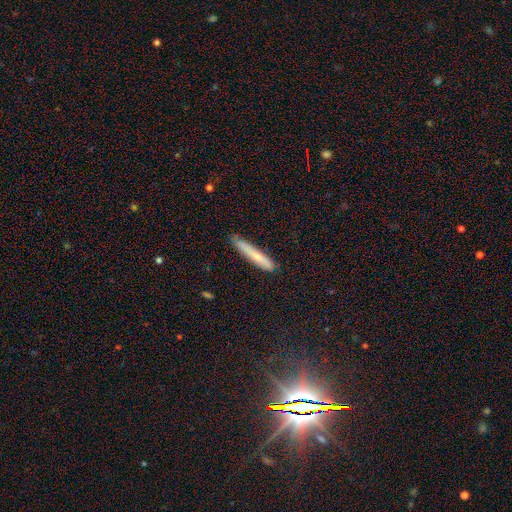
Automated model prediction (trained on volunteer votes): Smooth or featured? smooth (68%)
How rounded? cigar-shaped (95%)
Merging? none (84%)